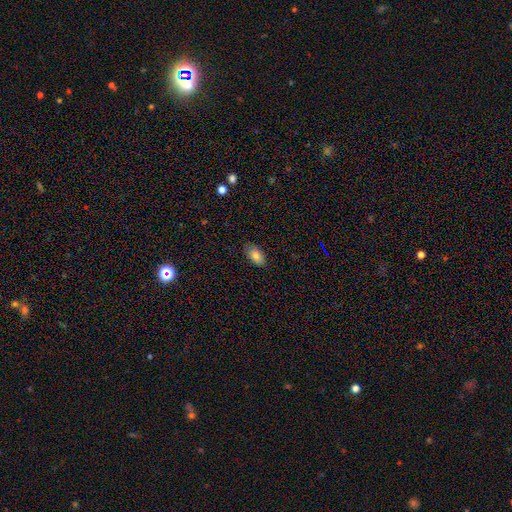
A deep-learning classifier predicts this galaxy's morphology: Smooth or featured?
  - smooth: 82% *
  - featured or disk: 10%
  - star or artifact: 8%
How rounded?
  - in between: 92% *
  - round: 5%
  - cigar-shaped: 3%
Merging?
  - none: 85% *
  - minor disturbance: 12%
  - major disturbance: 2%
  - merger: 1%